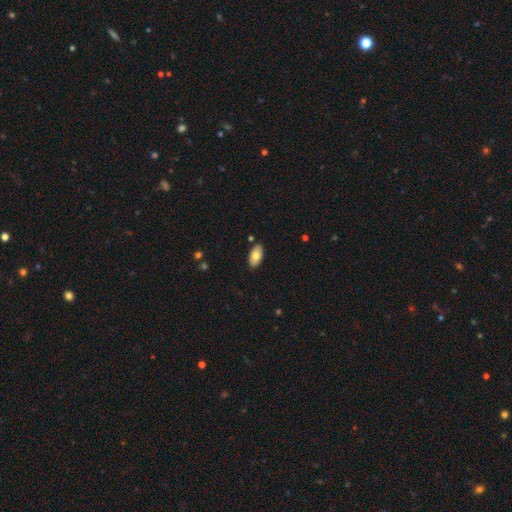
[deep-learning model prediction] Overall: smooth (76%). How rounded: in between (94%). Merging: none (86%).